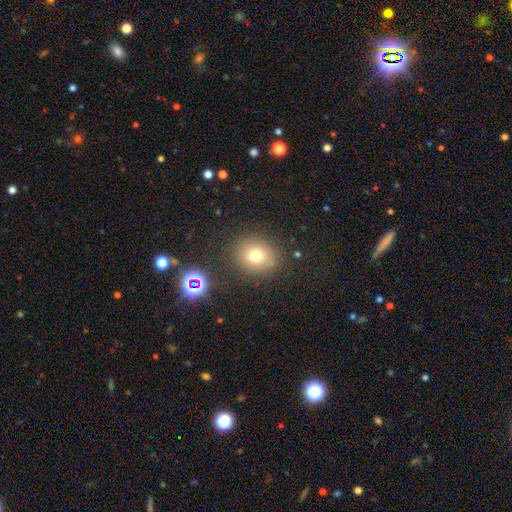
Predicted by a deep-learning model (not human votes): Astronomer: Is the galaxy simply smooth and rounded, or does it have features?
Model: smooth — 73%.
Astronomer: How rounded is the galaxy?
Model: round — 79%.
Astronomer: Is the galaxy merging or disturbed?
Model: none — 85%.